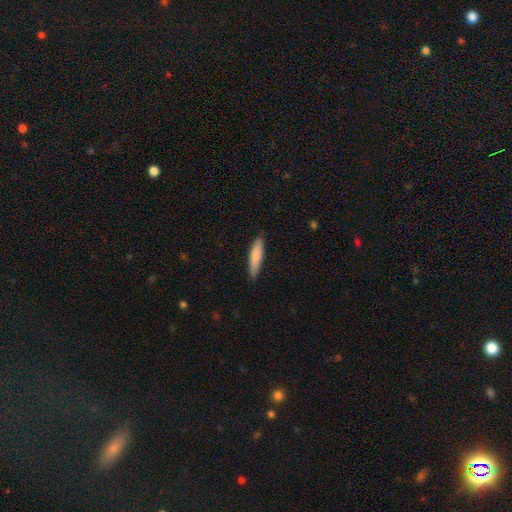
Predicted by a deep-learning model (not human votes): Smooth or featured? smooth (80%)
How rounded? cigar-shaped (80%)
Merging? none (85%)